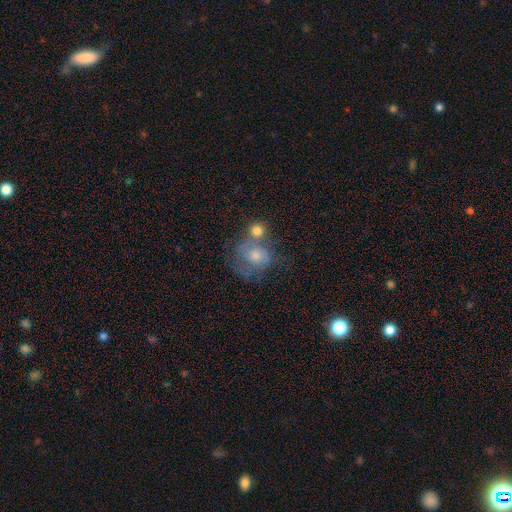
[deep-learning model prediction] Smooth or featured: smooth — 45% (featured or disk — 44%)
Merging: none — 36% (merger — 32%)